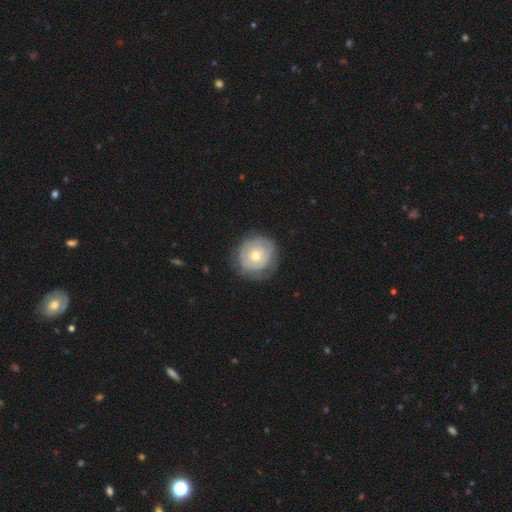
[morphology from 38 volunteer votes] This appears to be a smooth galaxy with no disk features (50%) that is round (100%). Merging: none (69%).